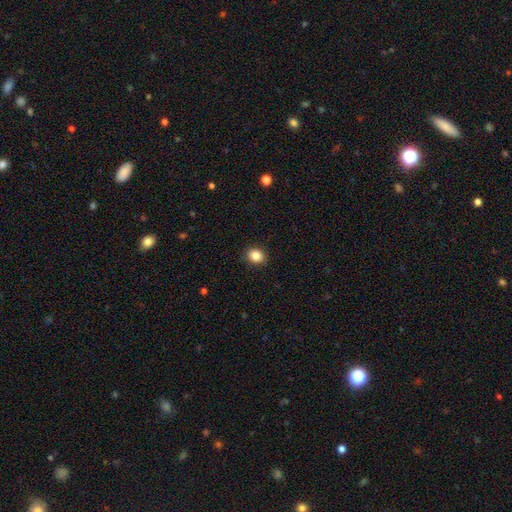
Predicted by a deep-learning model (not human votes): This is clearly a smooth galaxy (85%). How rounded: likely round (63%). Merging: clearly none (90%).